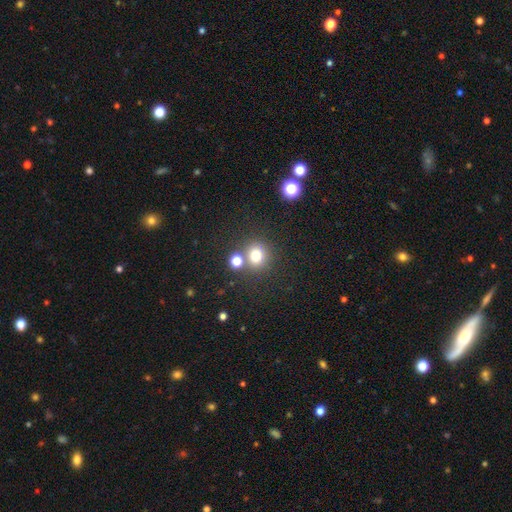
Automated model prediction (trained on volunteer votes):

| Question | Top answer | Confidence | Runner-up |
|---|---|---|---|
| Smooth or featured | smooth | 76% | star or artifact (16%) |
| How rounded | round | 85% | in between (14%) |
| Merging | none | 67% | merger (20%) |